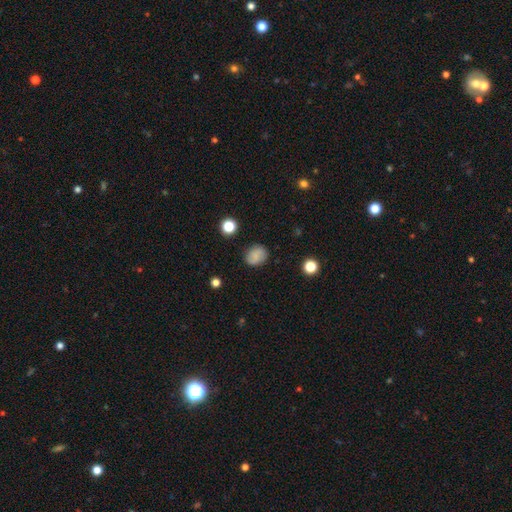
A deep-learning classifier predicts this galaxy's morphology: A smooth galaxy with no disk features (76%) that is round (62%).

Vote fractions:
- Smooth or featured? smooth: 76% / featured or disk: 14% / star or artifact: 10%
- How rounded? round: 62% / in between: 37% / cigar-shaped: 1%
- Merging? none: 83% / minor disturbance: 12% / major disturbance: 3% / merger: 2%